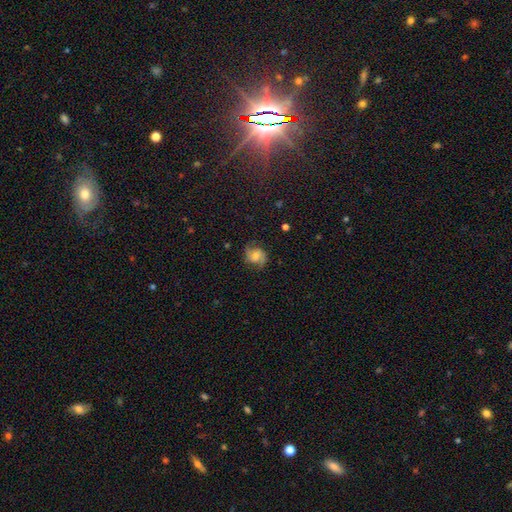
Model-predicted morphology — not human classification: Smooth or featured? Predicted: featured or disk (p=0.65). Edge-on disk? Predicted: no (p=0.98). Bar? Predicted: no (p=0.53). Spiral arms? Predicted: yes (p=0.92). Spiral winding? Predicted: medium (p=0.49). Spiral arm count? Predicted: 2 (p=0.90). Bulge size? Predicted: moderate (p=0.57). Merging? Predicted: none (p=0.77).